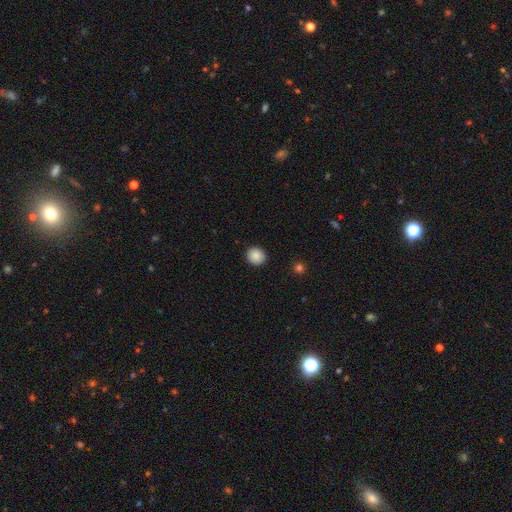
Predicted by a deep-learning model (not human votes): A smooth galaxy with no disk features (88%) that is round (88%).

Vote fractions:
- Smooth or featured? smooth: 88% / star or artifact: 9% / featured or disk: 4%
- How rounded? round: 88% / in between: 11% / cigar-shaped: 1%
- Merging? none: 92% / minor disturbance: 5% / major disturbance: 2% / merger: 1%